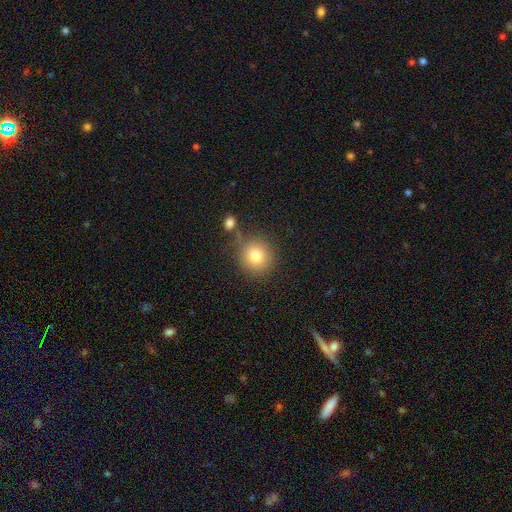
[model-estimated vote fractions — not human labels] A smooth galaxy with no disk features (79%) that is round (90%).

Vote fractions:
- Smooth or featured? smooth: 79% / star or artifact: 11% / featured or disk: 10%
- How rounded? round: 90% / in between: 9% / cigar-shaped: 1%
- Merging? none: 75% / minor disturbance: 12% / merger: 9% / major disturbance: 5%